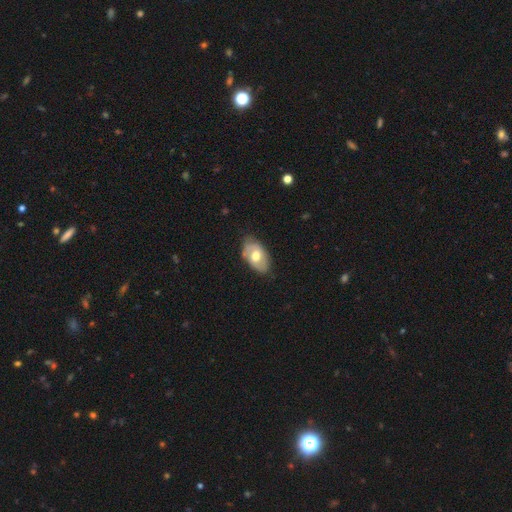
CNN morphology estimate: smooth 50%, featured or disk 44%, star or artifact 6%. Down the decision tree: how rounded — in between (91%); merging — none (68%).